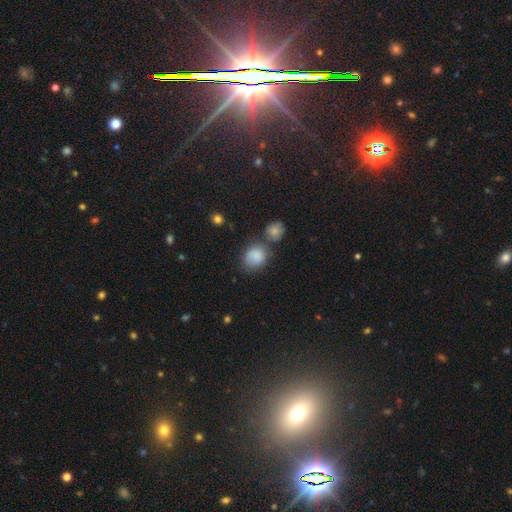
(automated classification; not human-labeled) smooth_or_featured: smooth (p=0.85) [alt: star or artifact p=0.09]
how_rounded: round (p=0.70) [alt: in between p=0.29]
merging: none (p=0.58) [alt: minor disturbance p=0.18]